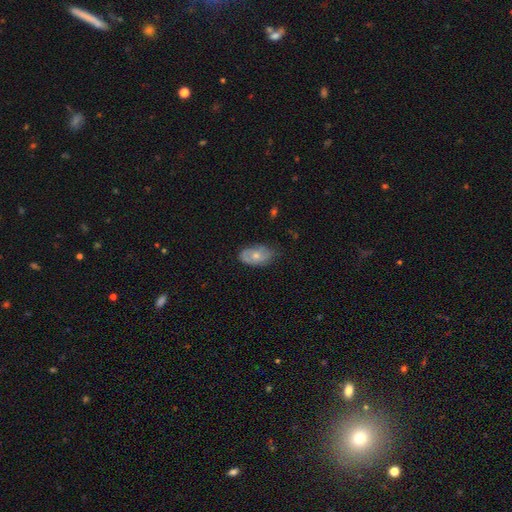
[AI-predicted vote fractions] Smooth or featured?
  - smooth: 53% *
  - featured or disk: 41%
  - star or artifact: 6%
How rounded?
  - in between: 90% *
  - round: 8%
  - cigar-shaped: 2%
Merging?
  - none: 68% *
  - minor disturbance: 26%
  - major disturbance: 5%
  - merger: 1%